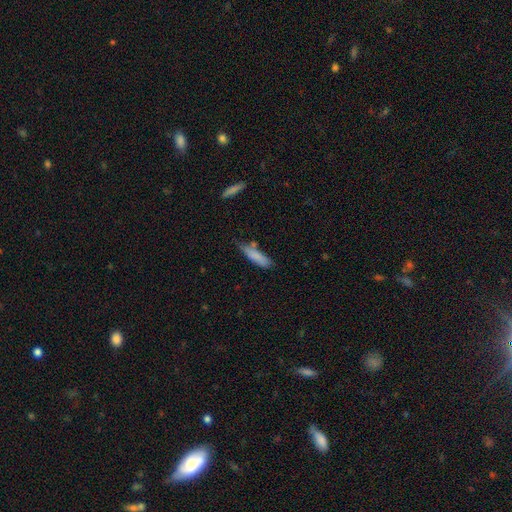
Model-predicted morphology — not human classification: A smooth galaxy with no disk features (81%) that is cigar-shaped (68%).

Vote fractions:
- Smooth or featured? smooth: 81% / featured or disk: 12% / star or artifact: 7%
- How rounded? cigar-shaped: 68% / in between: 30% / round: 2%
- Merging? none: 58% / minor disturbance: 29% / merger: 7% / major disturbance: 6%